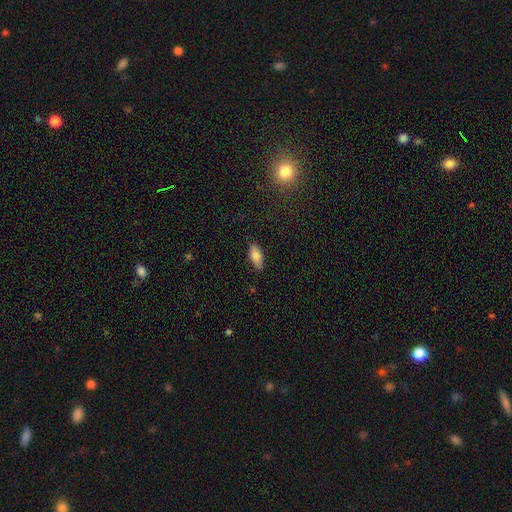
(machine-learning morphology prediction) Smooth or featured?
  - smooth: 81% *
  - featured or disk: 12%
  - star or artifact: 7%
How rounded?
  - in between: 84% *
  - cigar-shaped: 13%
  - round: 2%
Merging?
  - none: 86% *
  - minor disturbance: 11%
  - major disturbance: 2%
  - merger: 1%